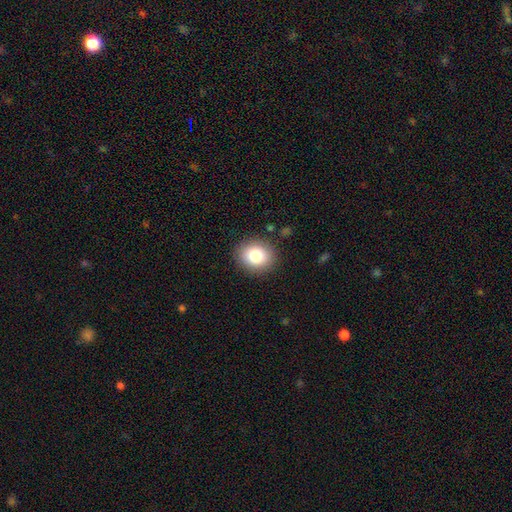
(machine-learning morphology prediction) This is clearly a smooth galaxy (81%). How rounded: likely round (72%). Merging: clearly none (89%).